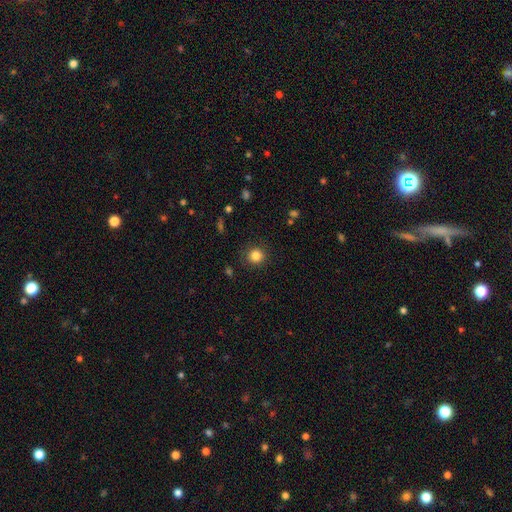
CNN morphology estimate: A smooth galaxy with no disk features (84%) that is round (92%).

Vote fractions:
- Smooth or featured? smooth: 84% / star or artifact: 11% / featured or disk: 5%
- How rounded? round: 92% / in between: 7% / cigar-shaped: 1%
- Merging? none: 89% / minor disturbance: 7% / major disturbance: 3% / merger: 1%